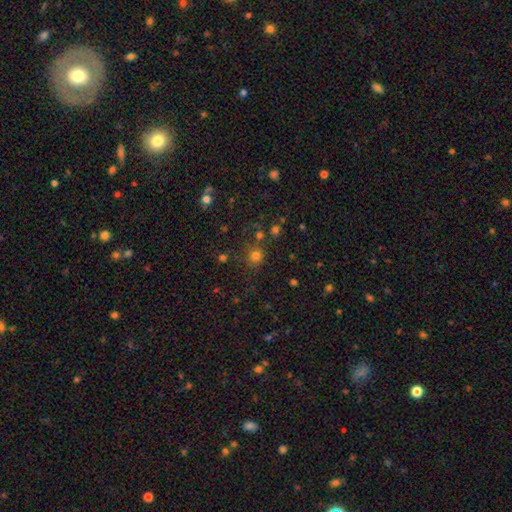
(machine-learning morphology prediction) Smooth or featured: smooth — 73% (star or artifact — 20%)
How rounded: round — 86% (in between — 13%)
Merging: none — 74% (minor disturbance — 11%)